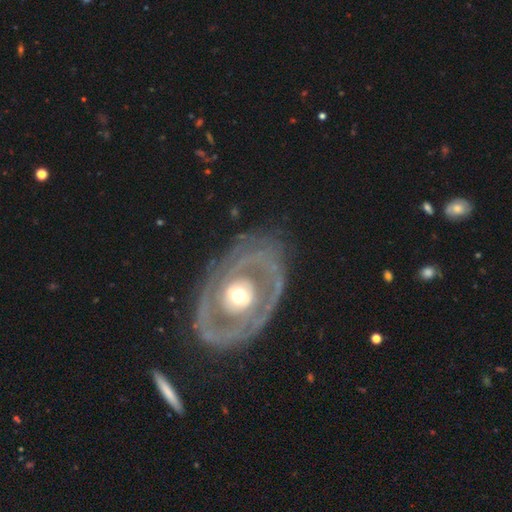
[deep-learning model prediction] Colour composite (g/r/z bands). It shows a featured or disk galaxy (81%) with no bar (83%), spiral arms (52%) and a moderate central bulge (65%). Merging: none (78%).